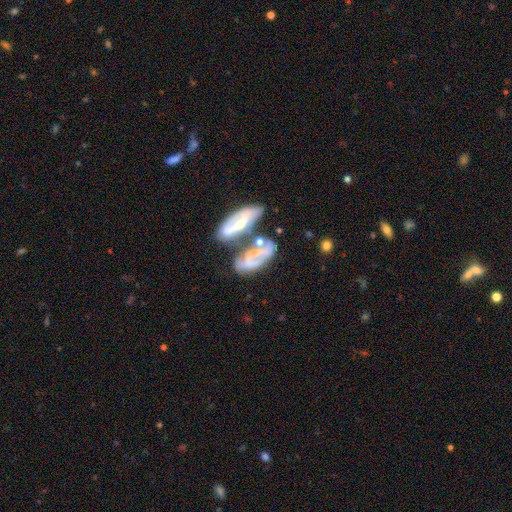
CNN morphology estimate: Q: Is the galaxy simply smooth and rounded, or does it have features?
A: featured or disk — 61%.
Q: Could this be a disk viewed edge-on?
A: no — 88%.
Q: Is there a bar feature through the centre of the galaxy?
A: no — 60%.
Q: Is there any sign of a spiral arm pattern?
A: no — 50%, tied with yes.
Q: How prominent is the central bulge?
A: small — 48%.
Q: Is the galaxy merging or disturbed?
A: merger — 46%.